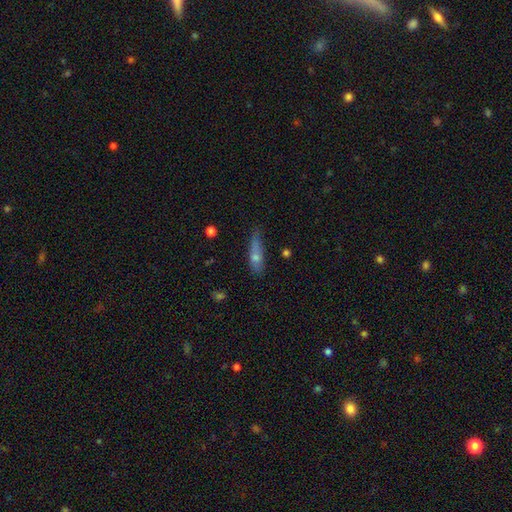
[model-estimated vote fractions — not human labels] This appears to be a smooth galaxy with no disk features (65%) that is cigar-shaped (67%). Merging: none (49%).